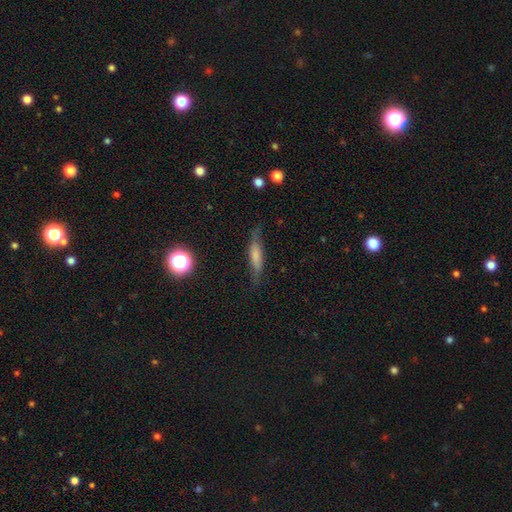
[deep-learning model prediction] This is possibly a smooth galaxy (57%). How rounded: likely cigar-shaped (71%). Merging: likely none (69%).